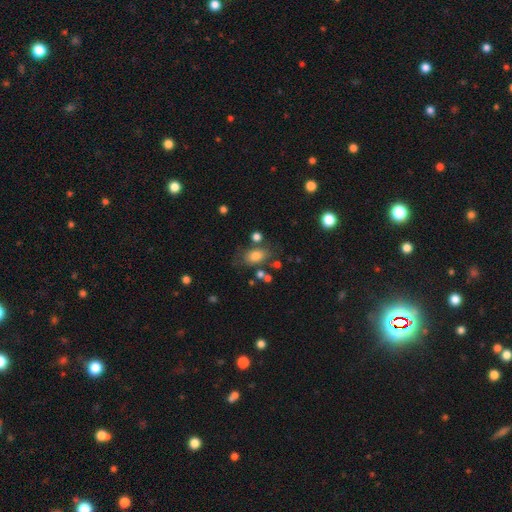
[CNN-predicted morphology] type=smooth (76%); roundness=in between (80%); merging=none (66%).